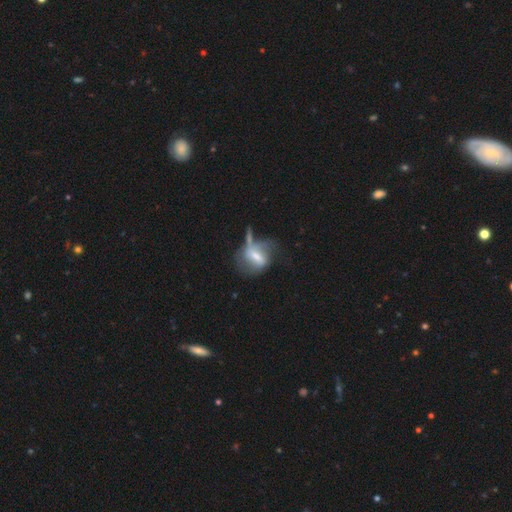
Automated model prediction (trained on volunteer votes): Smooth or featured? featured or disk (56%)
Edge-on disk? no (93%)
Bar? weak (42%)
Spiral arms? yes (55%)
Bulge size? moderate (41%)
Merging? major disturbance (32%)